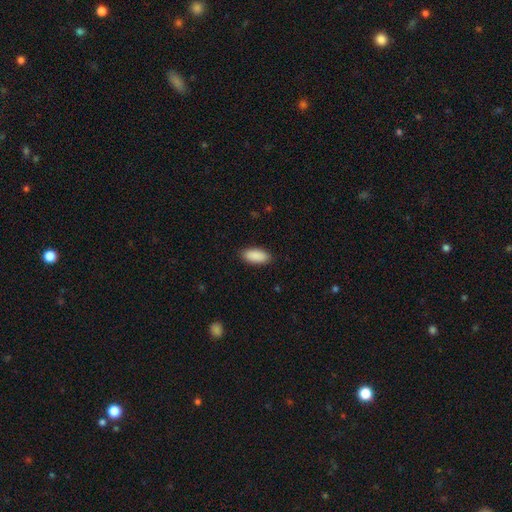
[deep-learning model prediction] Smooth or featured? Predicted: smooth (p=0.91). How rounded? Predicted: in between (p=0.90). Merging? Predicted: none (p=0.89).